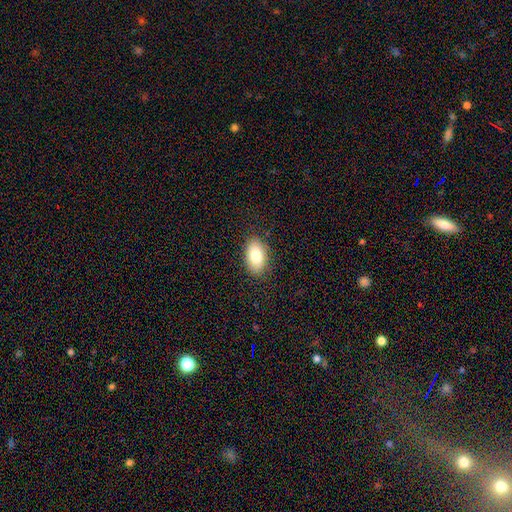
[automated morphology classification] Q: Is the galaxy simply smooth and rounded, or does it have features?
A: smooth — 82%.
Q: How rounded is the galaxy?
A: in between — 92%.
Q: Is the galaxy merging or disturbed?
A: none — 86%.